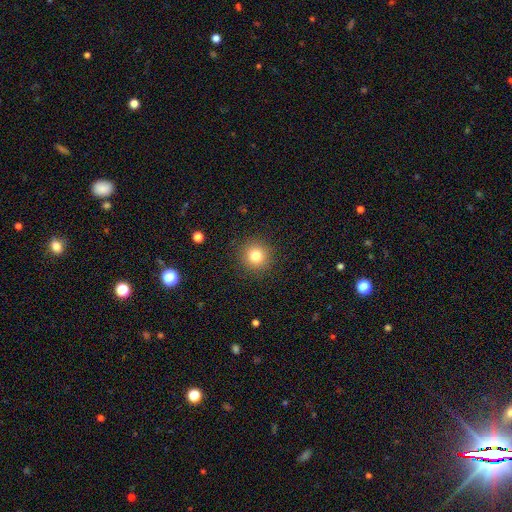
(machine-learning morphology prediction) smooth-or-featured: smooth: 80% | star or artifact: 13% | featured or disk: 7%
  how-rounded: round: 93% | in between: 6% | cigar-shaped: 1%
  merging: none: 90% | minor disturbance: 6% | major disturbance: 2% | merger: 1%